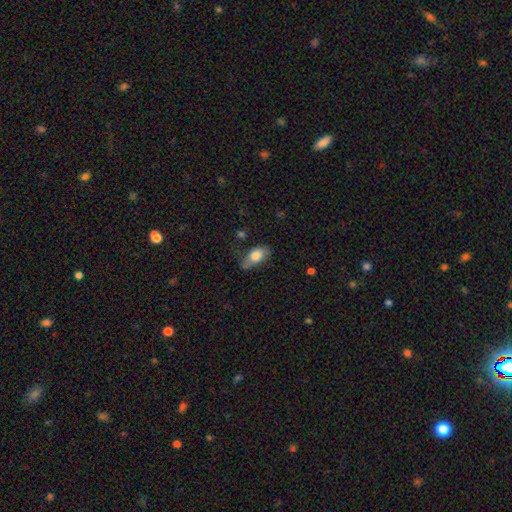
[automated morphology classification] Smooth or featured: smooth — 76% (featured or disk — 17%)
How rounded: in between — 89% (cigar-shaped — 6%)
Merging: none — 57% (minor disturbance — 30%)